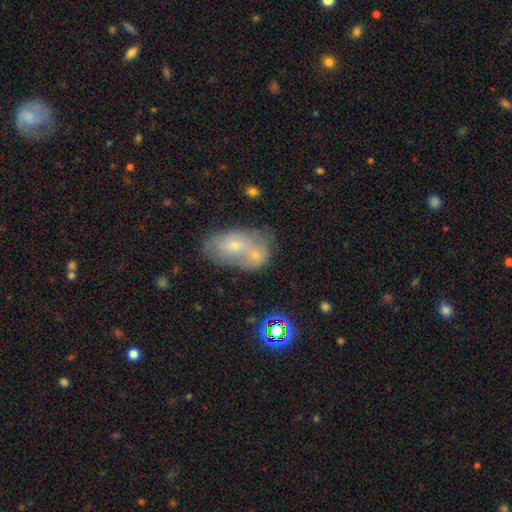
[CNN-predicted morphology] A smooth galaxy with no disk features (61%) that is in between round and cigar-shaped (82%). Merging: merger (55%).